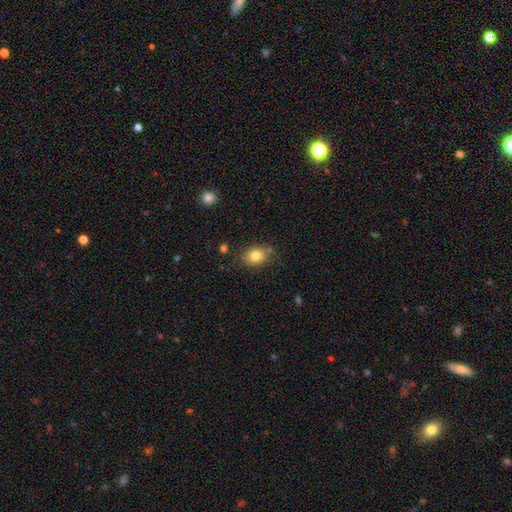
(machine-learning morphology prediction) smooth-or-featured: smooth: 81% | star or artifact: 10% | featured or disk: 9%
  how-rounded: in between: 59% | round: 40% | cigar-shaped: 1%
  merging: none: 75% | minor disturbance: 17% | merger: 4% | major disturbance: 4%